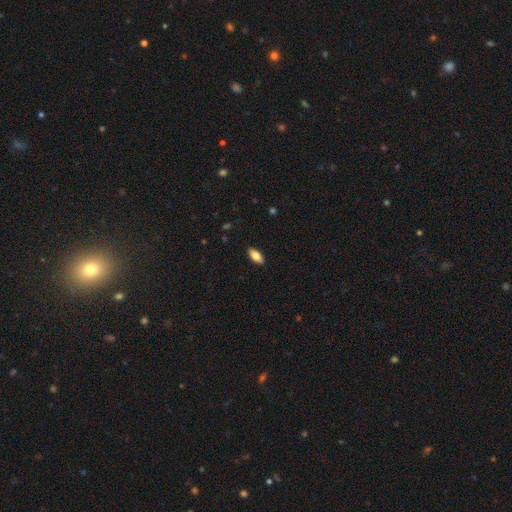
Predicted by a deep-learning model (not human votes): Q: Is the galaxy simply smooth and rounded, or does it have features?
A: smooth — 80%.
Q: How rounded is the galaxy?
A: in between — 87%.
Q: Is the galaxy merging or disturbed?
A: none — 89%.